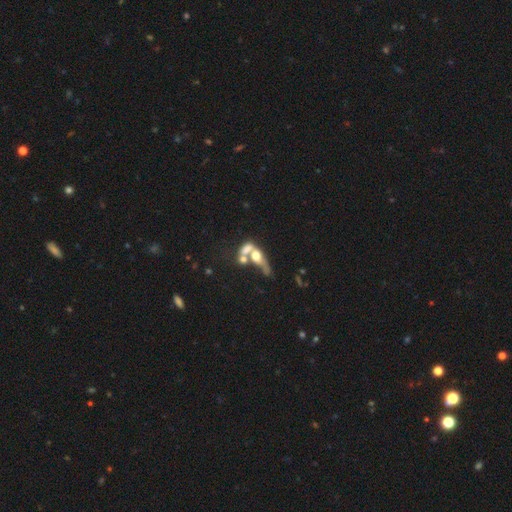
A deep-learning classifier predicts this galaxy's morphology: Smooth or featured?
  - featured or disk: 44% * (tied)
  - smooth: 44% * (tied)
  - star or artifact: 11%
Merging?
  - merger: 64% *
  - major disturbance: 15%
  - none: 13%
  - minor disturbance: 8%